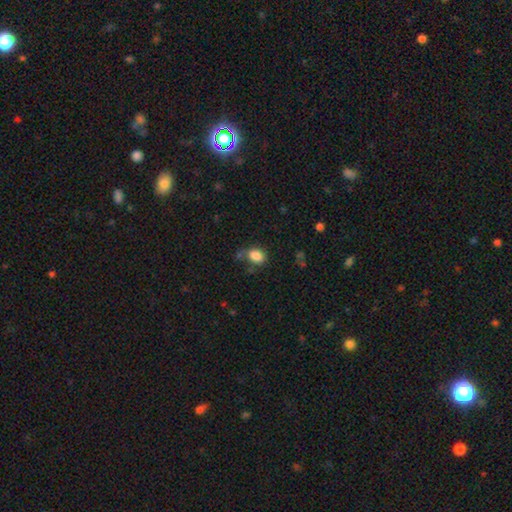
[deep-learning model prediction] This is clearly a smooth galaxy (85%). How rounded: likely in between (73%). Merging: likely none (64%).